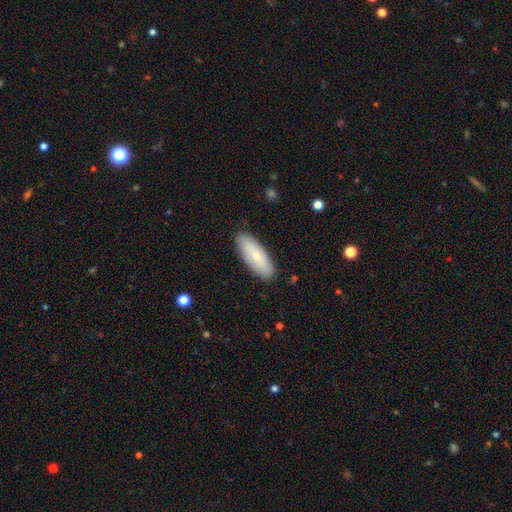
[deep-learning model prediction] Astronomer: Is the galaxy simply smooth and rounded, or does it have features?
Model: smooth — 74%.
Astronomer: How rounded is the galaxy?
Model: in between — 71%.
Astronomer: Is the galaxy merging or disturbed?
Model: none — 88%.